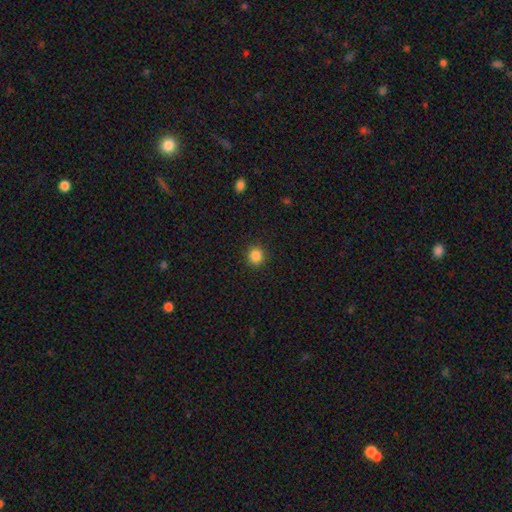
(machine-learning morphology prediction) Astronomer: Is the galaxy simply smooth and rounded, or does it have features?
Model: smooth — 86%.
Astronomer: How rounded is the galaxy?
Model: round — 92%.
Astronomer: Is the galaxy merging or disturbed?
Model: none — 92%.